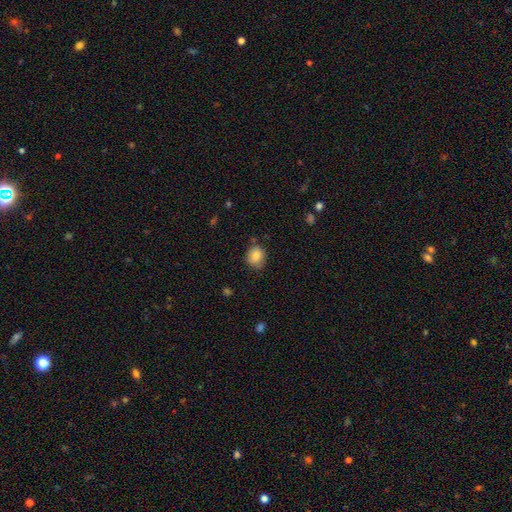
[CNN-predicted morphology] Q: Smooth or featured?
A: smooth (85%); runner-up: star or artifact (9%)
Q: How rounded?
A: round (71%); runner-up: in between (28%)
Q: Merging?
A: none (74%); runner-up: minor disturbance (19%)